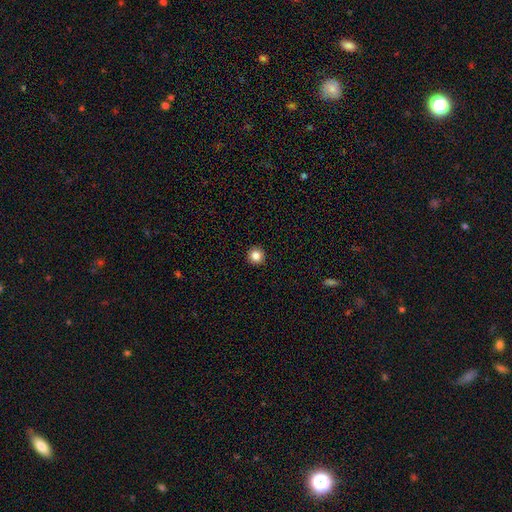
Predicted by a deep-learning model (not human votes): A smooth galaxy with no disk features (85%) that is round (96%).

Vote fractions:
- Smooth or featured? smooth: 85% / star or artifact: 11% / featured or disk: 5%
- How rounded? round: 96% / in between: 3% / cigar-shaped: 1%
- Merging? none: 94% / minor disturbance: 3% / major disturbance: 1% / merger: 1%